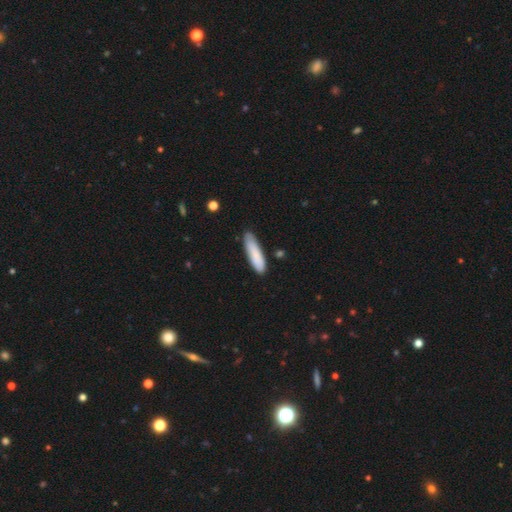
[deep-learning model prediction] This is clearly a smooth galaxy (84%). How rounded: likely cigar-shaped (74%). Merging: likely none (76%).